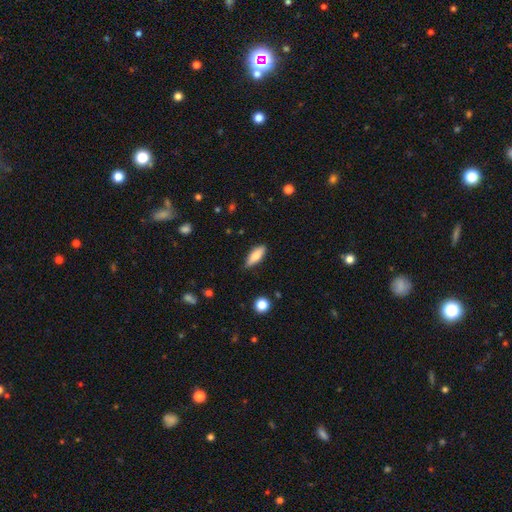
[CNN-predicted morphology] smooth-or-featured: smooth: 76% | featured or disk: 18% | star or artifact: 7%
  how-rounded: in between: 62% | cigar-shaped: 36% | round: 2%
  merging: none: 82% | minor disturbance: 14% | major disturbance: 2% | merger: 1%